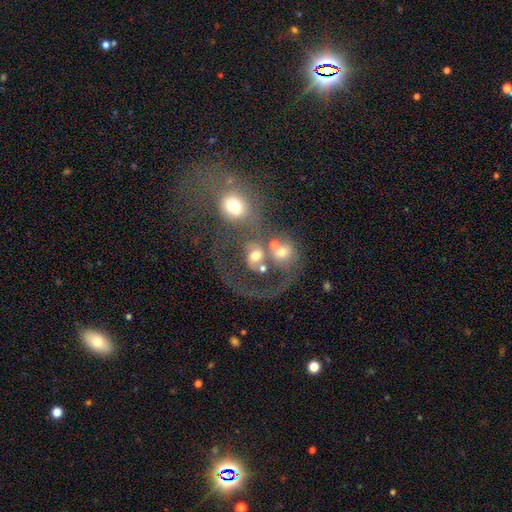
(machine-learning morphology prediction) Q: Smooth or featured?
A: featured or disk (45%); runner-up: smooth (41%)
Q: Merging?
A: merger (59%); runner-up: major disturbance (19%)